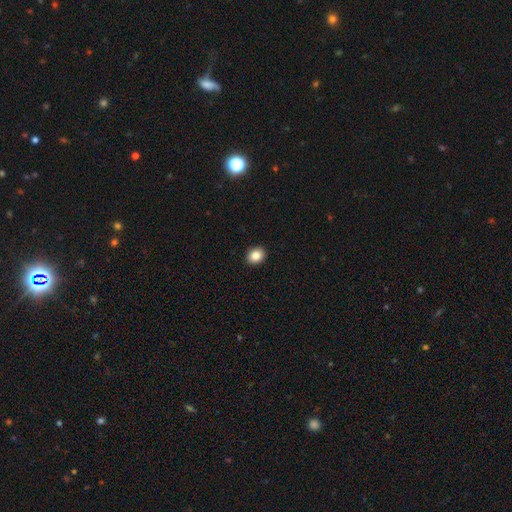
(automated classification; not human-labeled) Overall: smooth (86%). How rounded: round (57%; in between 43%). Merging: none (92%).